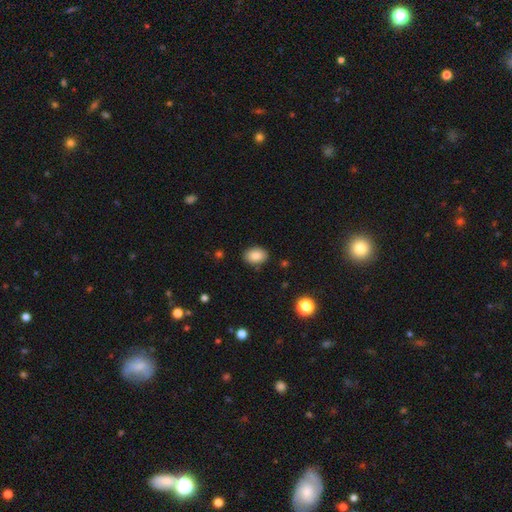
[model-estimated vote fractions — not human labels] Morphology: type=smooth (85%); roundness=in between (76%); merging=none (87%).